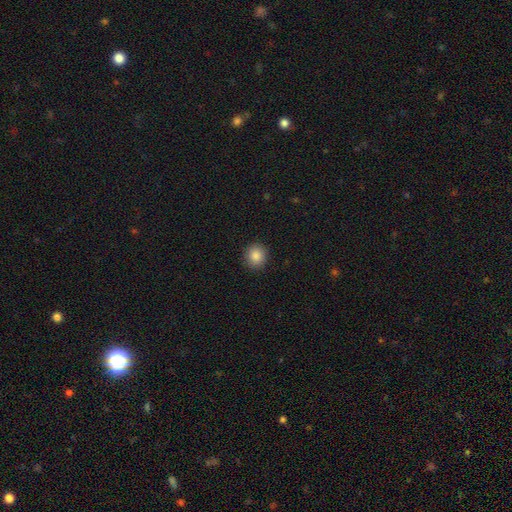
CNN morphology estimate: Smooth or featured: smooth — 86% (star or artifact — 9%)
How rounded: round — 86% (in between — 13%)
Merging: none — 91% (minor disturbance — 6%)